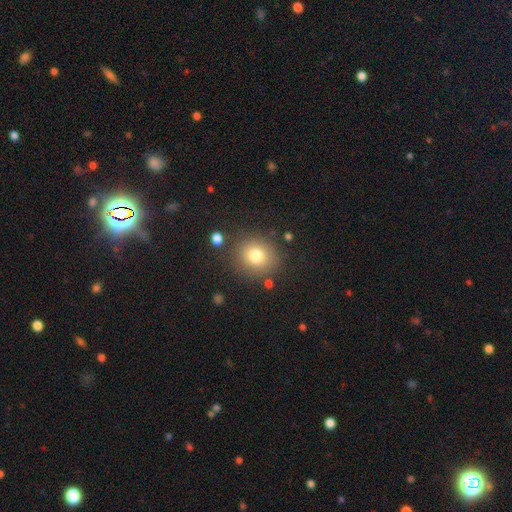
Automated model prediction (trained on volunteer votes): This is likely a smooth galaxy (77%). How rounded: clearly round (83%). Merging: clearly none (83%).